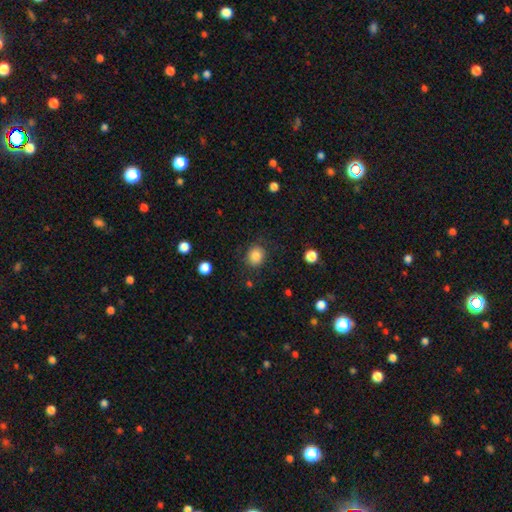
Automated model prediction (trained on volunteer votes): This appears to be a smooth galaxy with no disk features (85%) that is round (73%). Merging: none (83%).